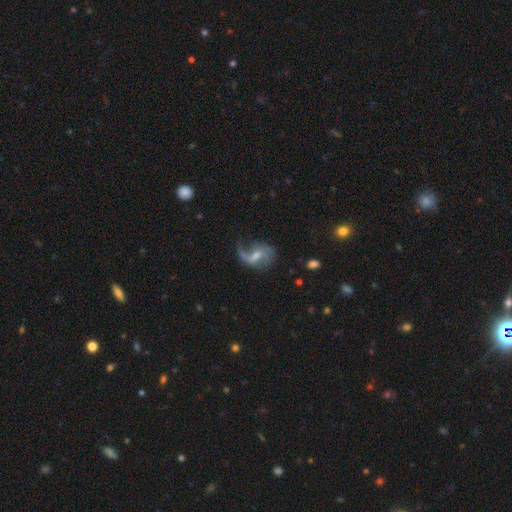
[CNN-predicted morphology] Smooth or featured? Predicted: featured or disk (p=0.78). Edge-on disk? Predicted: no (p=0.97). Bar? Predicted: weak (p=0.54). Spiral arms? Predicted: yes (p=0.90). Spiral winding? Predicted: loose (p=0.72). Spiral arm count? Predicted: 2 (p=0.64). Bulge size? Predicted: moderate (p=0.46). Merging? Predicted: none (p=0.48).